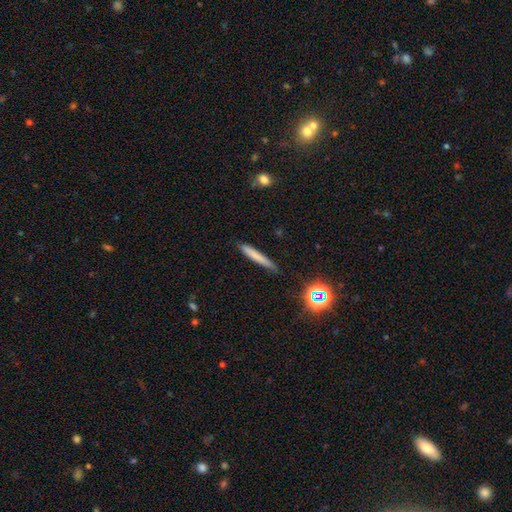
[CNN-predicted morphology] Overall: smooth (71%). How rounded: cigar-shaped (94%). Merging: none (81%).